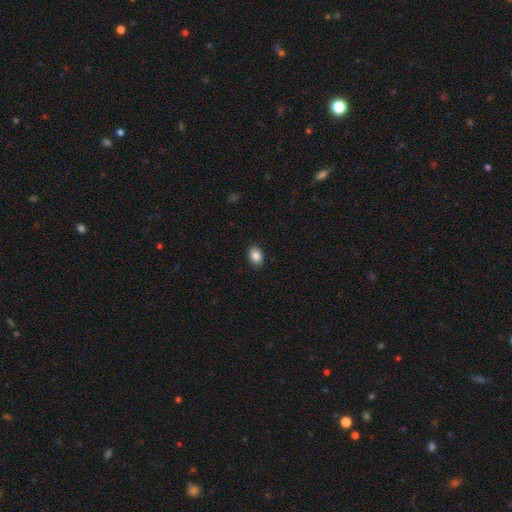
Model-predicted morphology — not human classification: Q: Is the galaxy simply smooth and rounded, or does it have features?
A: smooth — 87%.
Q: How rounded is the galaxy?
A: in between — 71%.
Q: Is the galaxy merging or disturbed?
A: none — 90%.